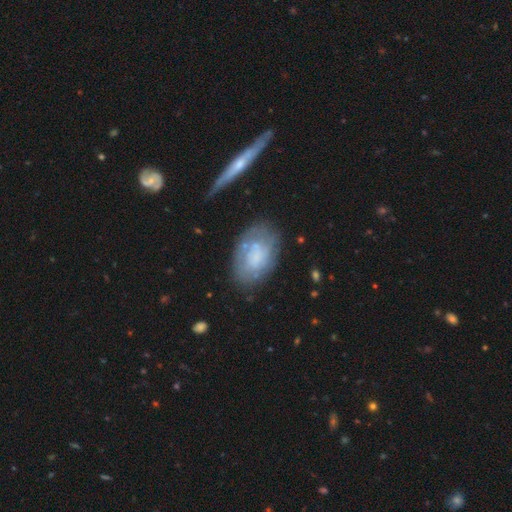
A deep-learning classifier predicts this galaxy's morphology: type=smooth (47%); merging=none (64%).